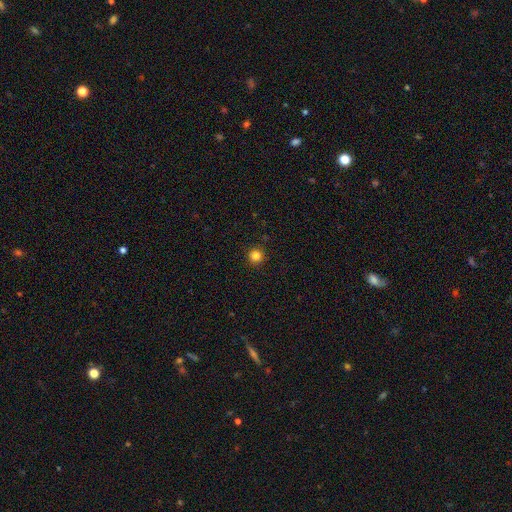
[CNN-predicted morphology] smooth-or-featured: smooth: 82% | star or artifact: 13% | featured or disk: 4%
  how-rounded: round: 96% | in between: 3% | cigar-shaped: 1%
  merging: none: 93% | minor disturbance: 5% | major disturbance: 2% | merger: 1%